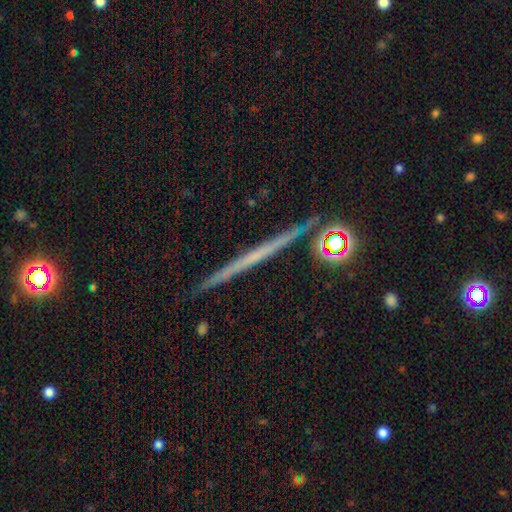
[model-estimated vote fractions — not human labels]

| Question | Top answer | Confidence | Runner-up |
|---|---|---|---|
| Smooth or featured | featured or disk | 63% | smooth (26%) |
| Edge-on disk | yes | 98% | no (2%) |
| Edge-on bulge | none | 87% | rounded (9%) |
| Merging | none | 91% | minor disturbance (6%) |